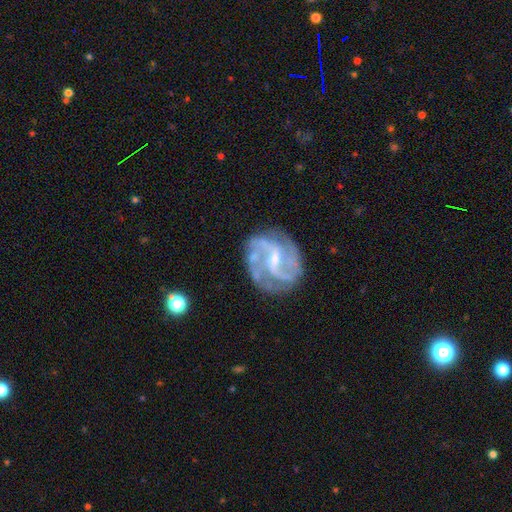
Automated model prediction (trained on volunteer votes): featured or disk 88%, smooth 6%, star or artifact 5%. Down the decision tree: edge-on disk — no (98%); bar — weak (53%); spiral arms — yes (96%); spiral arm count — 2 (64%); spiral winding — medium (52%); bulge size — small (60%); merging — none (70%).